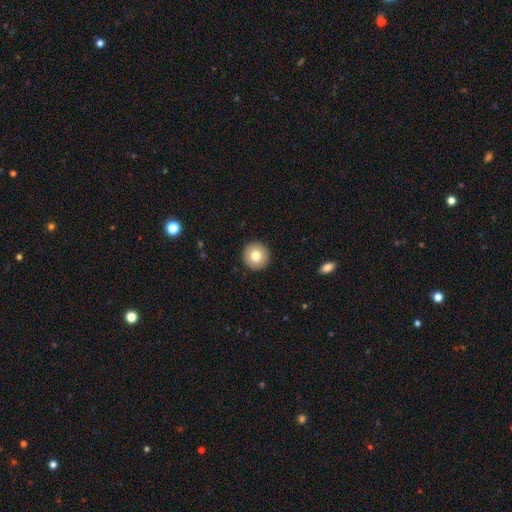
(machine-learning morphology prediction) The model was most divided on "smooth or featured": smooth: 78%, featured or disk: 13%, star or artifact: 9%. More confident: how rounded — round (96%); merging — none (93%).